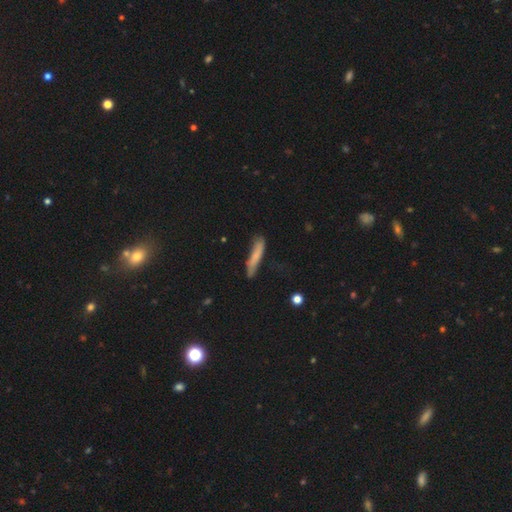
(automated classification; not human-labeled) Overall: smooth (71%). How rounded: cigar-shaped (90%). Merging: none (69%).